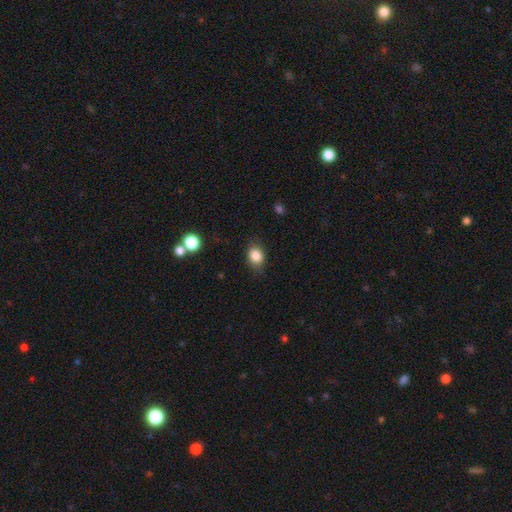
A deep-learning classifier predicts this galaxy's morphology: smooth-or-featured: smooth: 85% | star or artifact: 9% | featured or disk: 6%
  how-rounded: in between: 57% | round: 42% | cigar-shaped: 1%
  merging: none: 79% | minor disturbance: 16% | major disturbance: 4% | merger: 1%